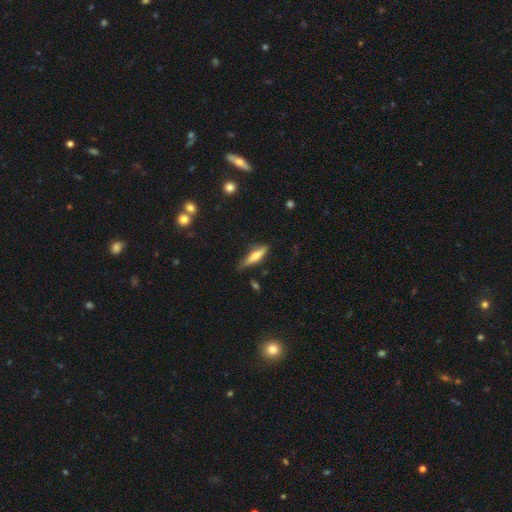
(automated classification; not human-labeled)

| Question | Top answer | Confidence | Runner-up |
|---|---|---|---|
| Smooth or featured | smooth | 63% | featured or disk (31%) |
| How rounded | cigar-shaped | 70% | in between (28%) |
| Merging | none | 65% | minor disturbance (27%) |